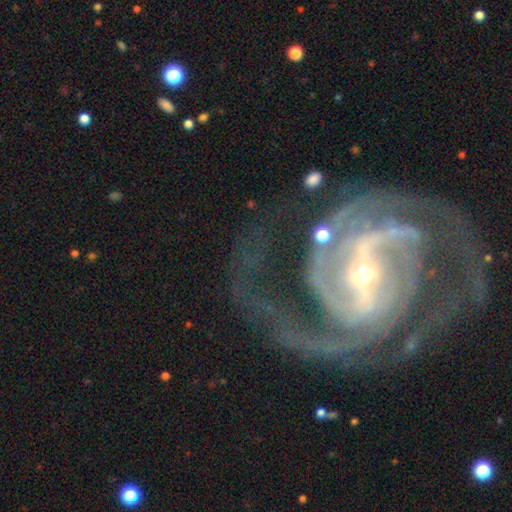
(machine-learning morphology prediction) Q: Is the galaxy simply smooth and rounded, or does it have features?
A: featured or disk — 92%.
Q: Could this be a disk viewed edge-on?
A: no — 97%.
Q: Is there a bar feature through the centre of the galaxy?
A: strong — 64%.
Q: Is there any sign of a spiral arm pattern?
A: yes — 98%.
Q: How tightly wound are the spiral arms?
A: medium — 51%.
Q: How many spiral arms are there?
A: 2 — 56%.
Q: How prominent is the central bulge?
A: small — 72%.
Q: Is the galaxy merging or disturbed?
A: none — 59%.